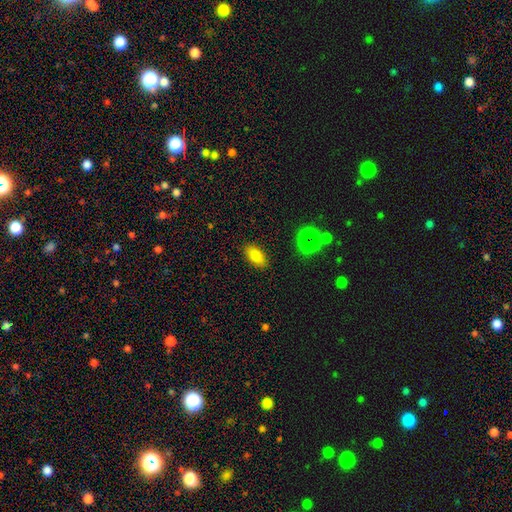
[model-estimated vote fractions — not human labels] smooth-or-featured: smooth: 80% | star or artifact: 11% | featured or disk: 9%
  how-rounded: in between: 88% | cigar-shaped: 6% | round: 6%
  merging: none: 87% | minor disturbance: 9% | major disturbance: 2% | merger: 1%